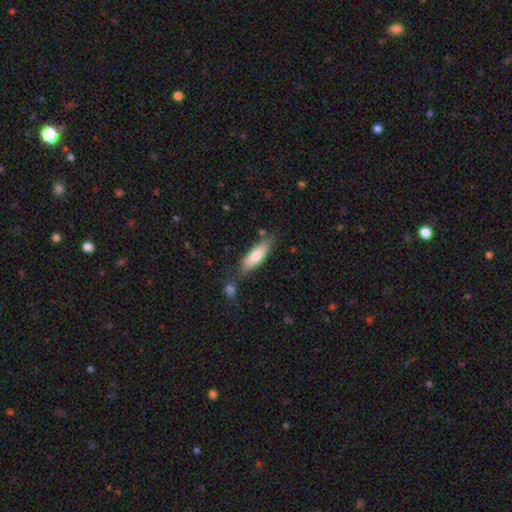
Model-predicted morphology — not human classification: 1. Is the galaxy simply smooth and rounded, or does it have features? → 76% smooth, 17% featured or disk, 6% star or artifact.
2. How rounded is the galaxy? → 49% cigar-shaped (tied), 49% in between (tied), 2% round.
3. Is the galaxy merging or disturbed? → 71% none, 16% minor disturbance, 9% merger, 4% major disturbance.